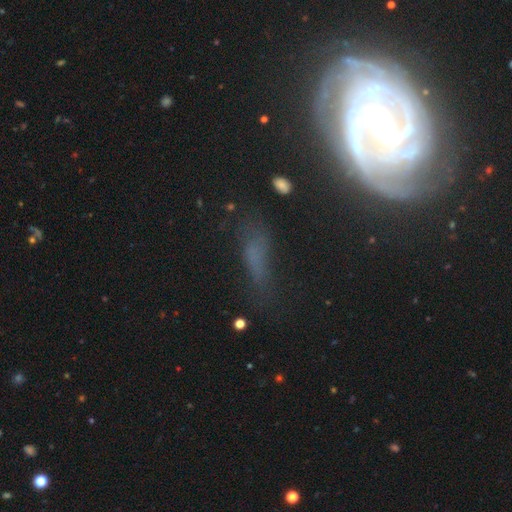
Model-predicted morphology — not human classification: type=featured or disk (58%); edge-on=no (74%); merging=none (57%).